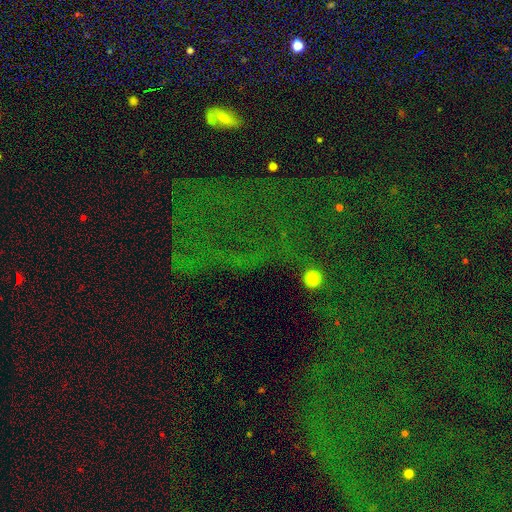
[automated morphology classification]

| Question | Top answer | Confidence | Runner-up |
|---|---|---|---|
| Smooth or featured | star or artifact | 73% | smooth (14%) |